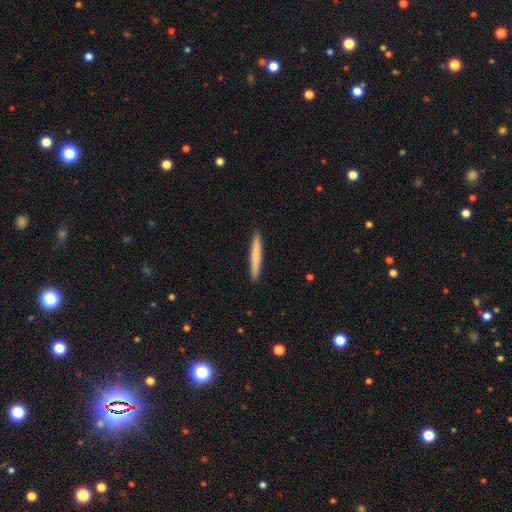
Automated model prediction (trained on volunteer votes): A smooth galaxy with no disk features (72%) that is cigar-shaped (97%). Merging: none (93%).